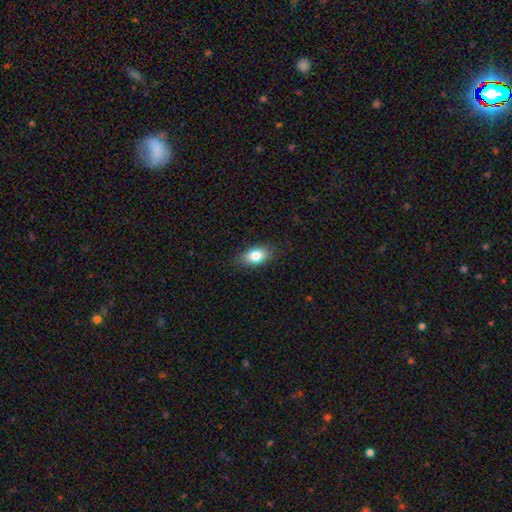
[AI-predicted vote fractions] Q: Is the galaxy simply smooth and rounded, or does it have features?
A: smooth — 82%.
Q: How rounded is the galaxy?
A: in between — 87%.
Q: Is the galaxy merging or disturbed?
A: none — 84%.